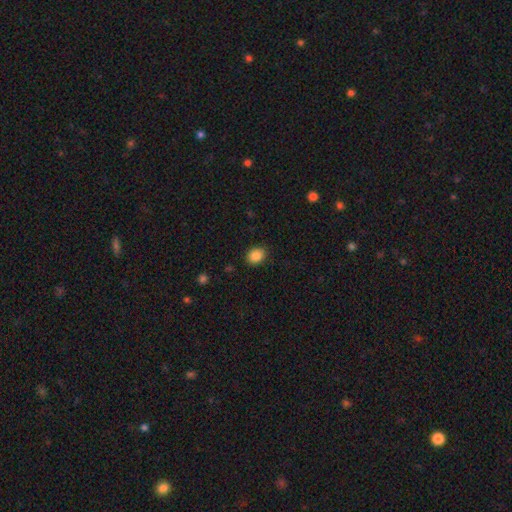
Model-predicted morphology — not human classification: The model was most divided on "how rounded": in between: 50%, round: 49%, cigar-shaped: 1%. More confident: merging — none (88%); smooth or featured — smooth (86%).